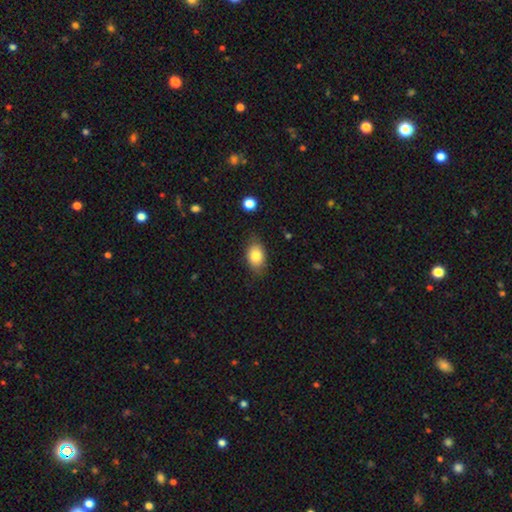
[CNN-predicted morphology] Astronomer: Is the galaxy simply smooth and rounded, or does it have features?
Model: smooth — 81%.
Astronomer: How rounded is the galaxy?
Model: in between — 81%.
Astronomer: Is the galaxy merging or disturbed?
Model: none — 77%.